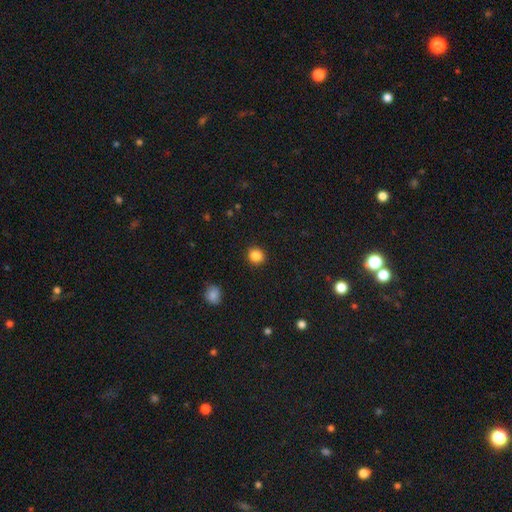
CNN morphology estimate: smooth_or_featured: smooth (p=0.86) [alt: star or artifact p=0.10]
how_rounded: round (p=0.85) [alt: in between p=0.14]
merging: none (p=0.91) [alt: minor disturbance p=0.06]